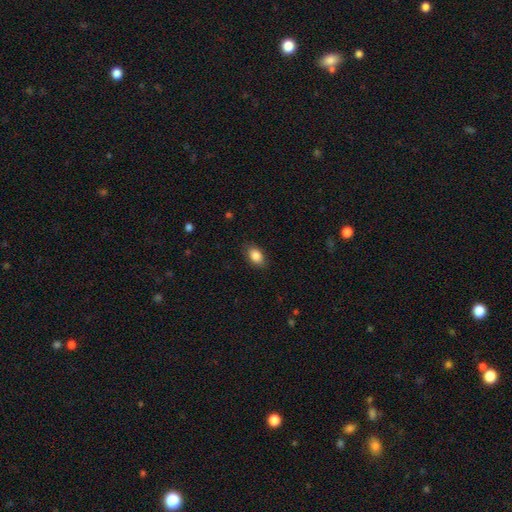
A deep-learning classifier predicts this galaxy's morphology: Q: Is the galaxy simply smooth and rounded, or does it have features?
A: smooth — 86%.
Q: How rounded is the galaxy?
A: in between — 87%.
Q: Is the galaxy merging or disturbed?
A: none — 85%.